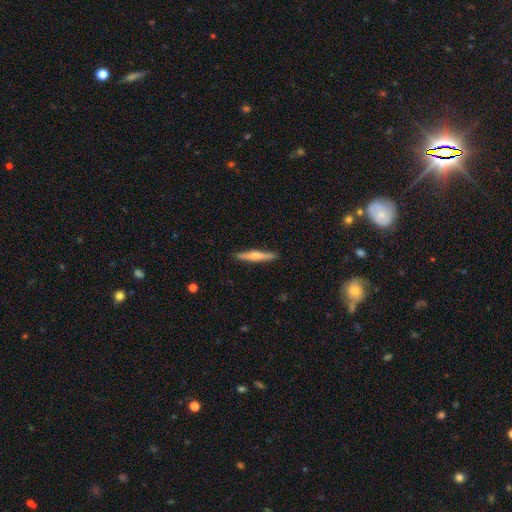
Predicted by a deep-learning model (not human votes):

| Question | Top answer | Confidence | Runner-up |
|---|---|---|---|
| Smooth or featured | featured or disk | 49% | smooth (46%) |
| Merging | none | 90% | minor disturbance (7%) |